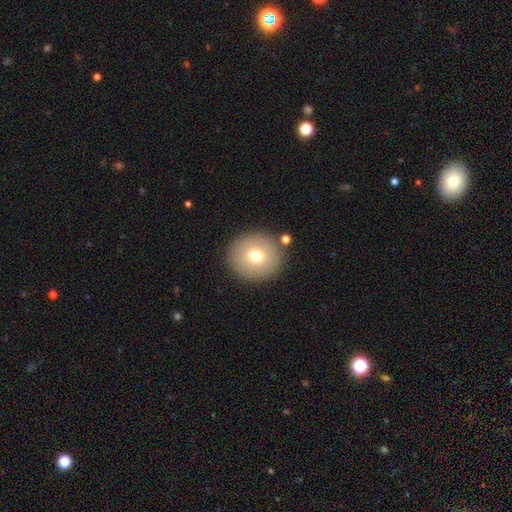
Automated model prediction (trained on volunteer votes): A smooth galaxy with no disk features (74%) that is round (92%).

Vote fractions:
- Smooth or featured? smooth: 74% / featured or disk: 16% / star or artifact: 10%
- How rounded? round: 92% / in between: 7% / cigar-shaped: 1%
- Merging? none: 87% / minor disturbance: 7% / merger: 4% / major disturbance: 3%